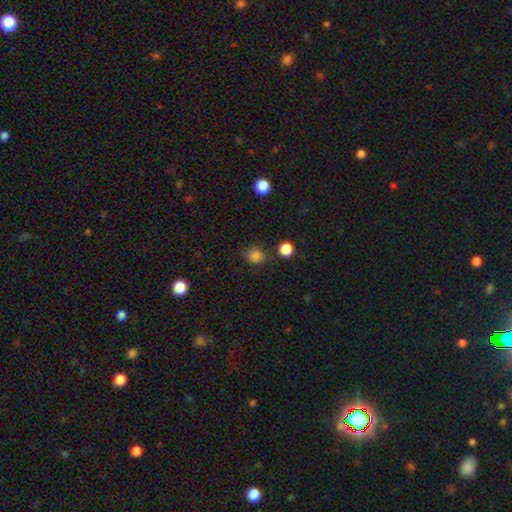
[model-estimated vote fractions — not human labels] Q: Smooth or featured?
A: smooth (82%); runner-up: star or artifact (14%)
Q: How rounded?
A: round (80%); runner-up: in between (19%)
Q: Merging?
A: none (79%); runner-up: minor disturbance (13%)